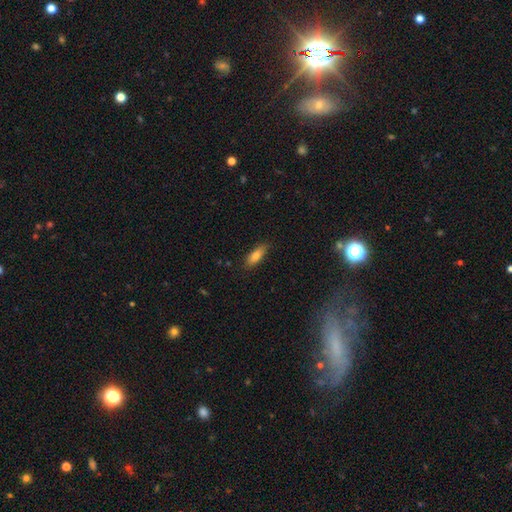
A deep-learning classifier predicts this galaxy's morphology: Q: Smooth or featured?
A: smooth (81%); runner-up: featured or disk (12%)
Q: How rounded?
A: in between (66%); runner-up: cigar-shaped (31%)
Q: Merging?
A: none (84%); runner-up: minor disturbance (12%)